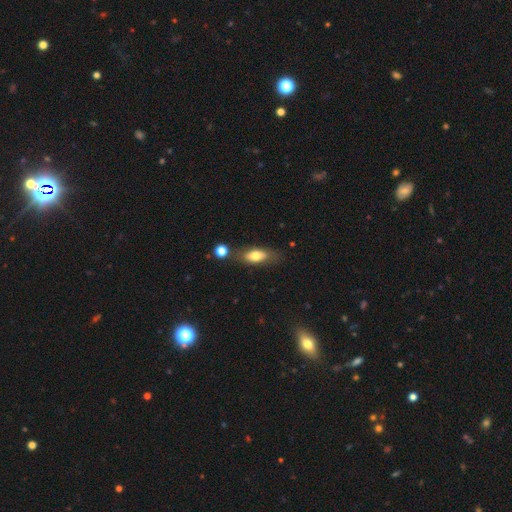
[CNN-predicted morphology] Overall: smooth (71%). How rounded: in between (78%). Merging: none (69%).